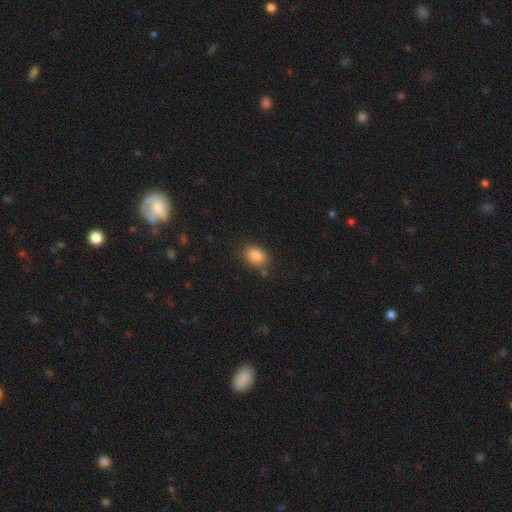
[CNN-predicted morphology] Smooth or featured? smooth (85%)
How rounded? in between (78%)
Merging? none (82%)